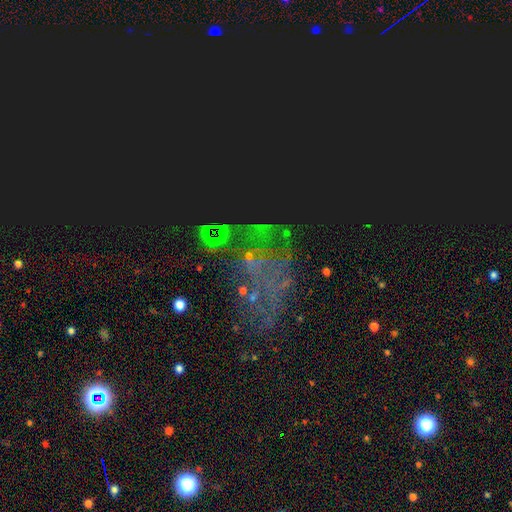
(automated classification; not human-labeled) Smooth or featured?
  - star or artifact: 55% *
  - featured or disk: 27%
  - smooth: 18%